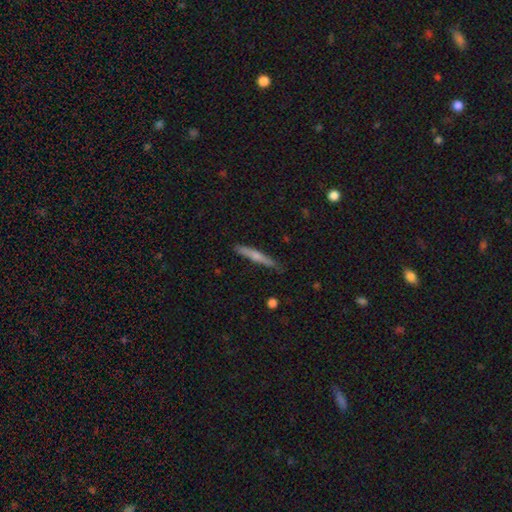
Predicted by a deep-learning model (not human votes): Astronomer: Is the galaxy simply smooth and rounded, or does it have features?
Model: smooth — 50% (runner-up: featured or disk, 44%).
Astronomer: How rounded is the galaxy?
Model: cigar-shaped — 94%.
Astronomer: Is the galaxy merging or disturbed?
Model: none — 82%.